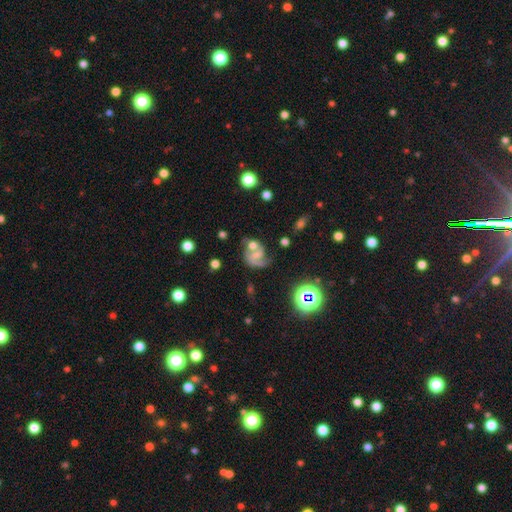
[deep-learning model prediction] featured or disk 69%, smooth 17%, star or artifact 14%. Down the decision tree: edge-on disk — no (98%); bar — no (49%); spiral arms — yes (89%); spiral arm count — 2 (60%); spiral winding — medium (48%); bulge size — moderate (37%); merging — merger (35%).